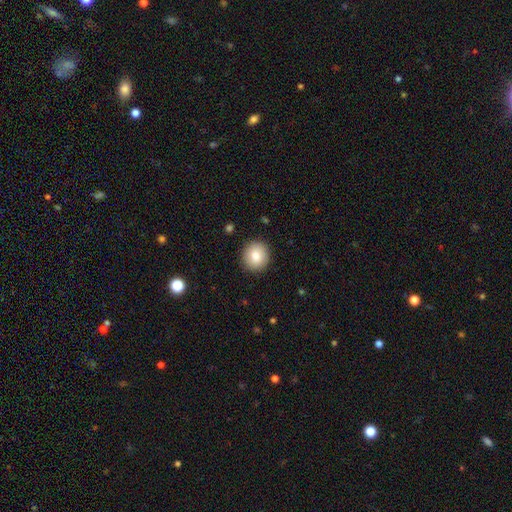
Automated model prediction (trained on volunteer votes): Smooth or featured? Predicted: smooth (p=0.83). How rounded? Predicted: round (p=0.87). Merging? Predicted: none (p=0.90).